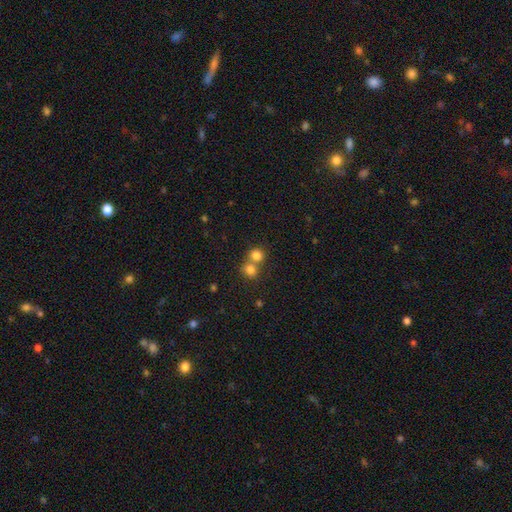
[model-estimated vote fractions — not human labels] The model was most divided on "merging": merger: 49%, none: 43%, minor disturbance: 5%, major disturbance: 2%. More confident: how rounded — round (84%); smooth or featured — smooth (79%).